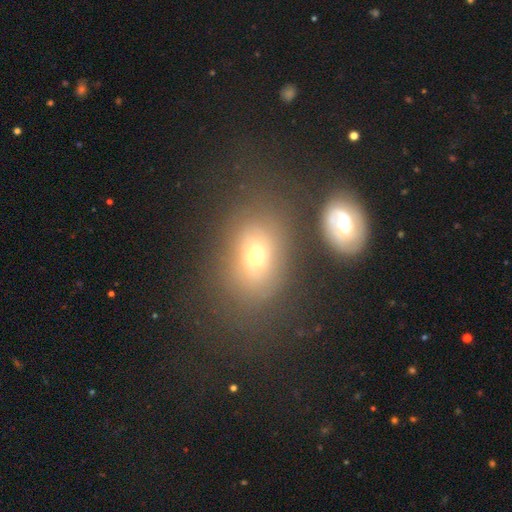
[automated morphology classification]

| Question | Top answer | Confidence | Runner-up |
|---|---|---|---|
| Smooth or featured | smooth | 63% | featured or disk (21%) |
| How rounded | in between | 67% | round (31%) |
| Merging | none | 65% | minor disturbance (14%) |